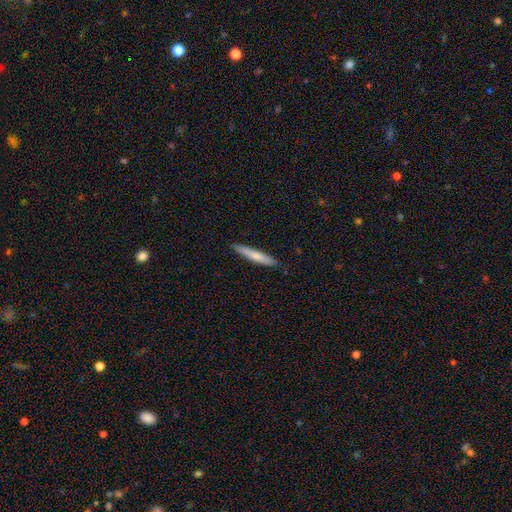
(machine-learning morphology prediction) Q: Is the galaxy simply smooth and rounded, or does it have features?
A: smooth — 71%.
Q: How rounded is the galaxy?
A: cigar-shaped — 94%.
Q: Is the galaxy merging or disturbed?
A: none — 88%.